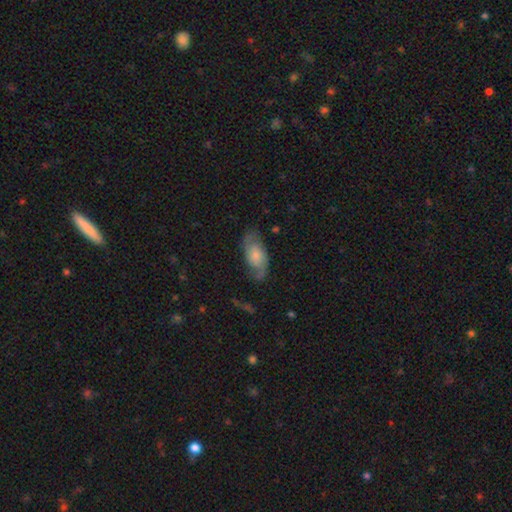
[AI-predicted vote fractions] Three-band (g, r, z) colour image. It shows a featured or disk galaxy (51%). Merging: none (66%).